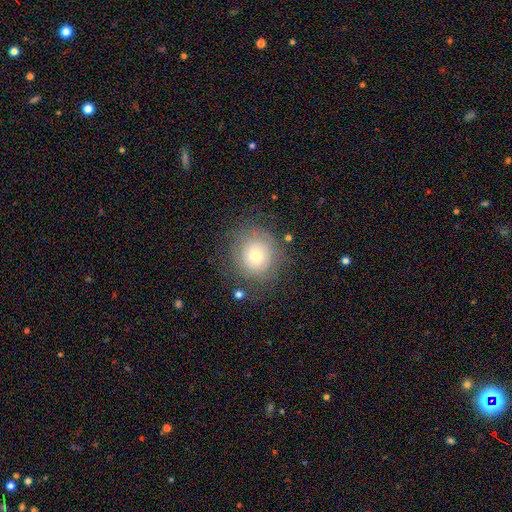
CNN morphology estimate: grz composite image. It shows a smooth galaxy with no disk features (62%) that is round (87%). Merging: none (76%).